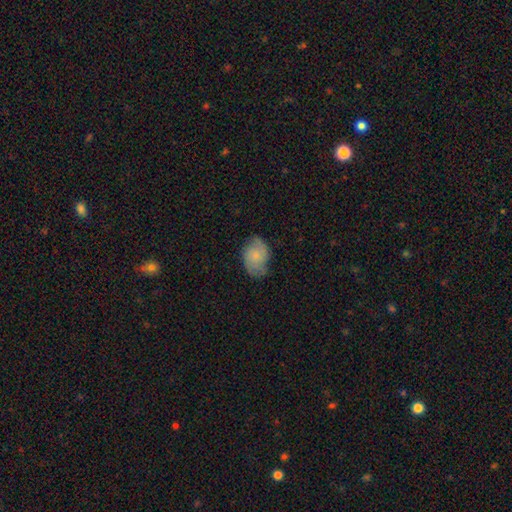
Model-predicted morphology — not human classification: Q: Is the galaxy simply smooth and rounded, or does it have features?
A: smooth — 59%.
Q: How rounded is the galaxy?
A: in between — 71%.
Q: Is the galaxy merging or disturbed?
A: none — 68%.